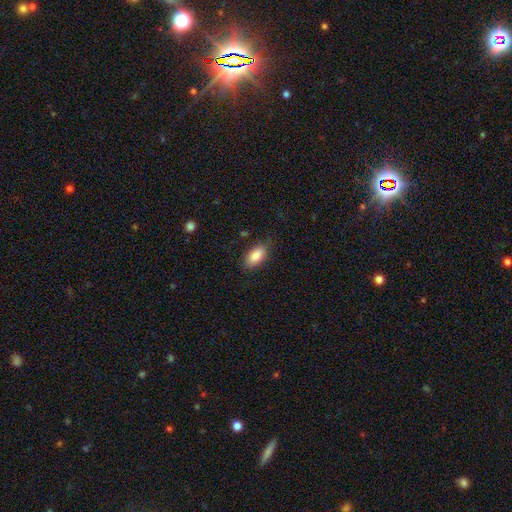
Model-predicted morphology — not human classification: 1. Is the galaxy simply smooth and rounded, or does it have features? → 87% smooth, 7% star or artifact, 6% featured or disk.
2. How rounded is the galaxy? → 91% in between, 6% cigar-shaped, 3% round.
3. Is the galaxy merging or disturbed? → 83% none, 12% minor disturbance, 3% major disturbance, 1% merger.